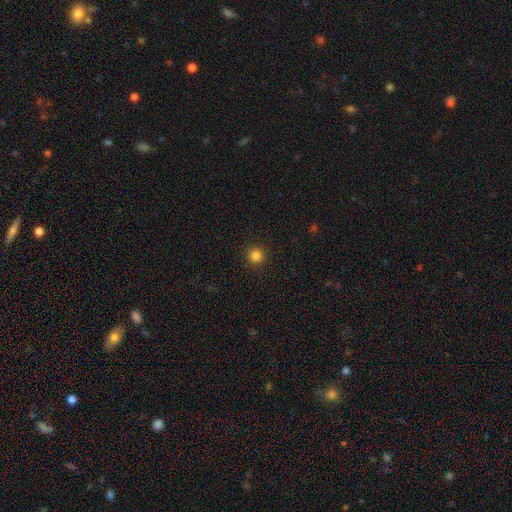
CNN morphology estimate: A smooth galaxy with no disk features (83%) that is round (95%).

Vote fractions:
- Smooth or featured? smooth: 83% / star or artifact: 13% / featured or disk: 3%
- How rounded? round: 95% / in between: 4% / cigar-shaped: 1%
- Merging? none: 92% / minor disturbance: 5% / major disturbance: 2% / merger: 1%